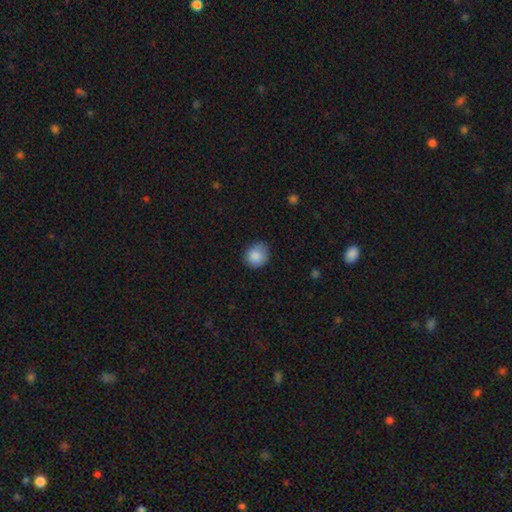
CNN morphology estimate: Smooth or featured?
  - smooth: 87% *
  - star or artifact: 9%
  - featured or disk: 5%
How rounded?
  - round: 80% *
  - in between: 19%
  - cigar-shaped: 1%
Merging?
  - none: 76% *
  - minor disturbance: 19%
  - major disturbance: 3%
  - merger: 1%